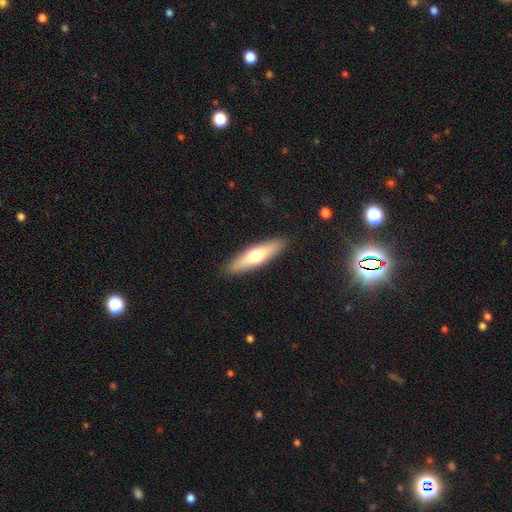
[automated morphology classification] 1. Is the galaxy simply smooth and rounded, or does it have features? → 58% smooth, 36% featured or disk, 5% star or artifact.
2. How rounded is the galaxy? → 73% cigar-shaped, 25% in between, 2% round.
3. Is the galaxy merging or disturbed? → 90% none, 8% minor disturbance, 2% major disturbance, 1% merger.